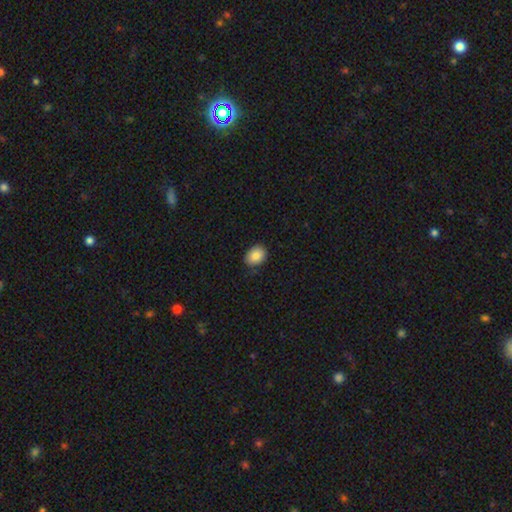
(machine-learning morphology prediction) This appears to be a smooth galaxy with no disk features (85%) that is in between round and cigar-shaped (65%). Merging: none (81%).